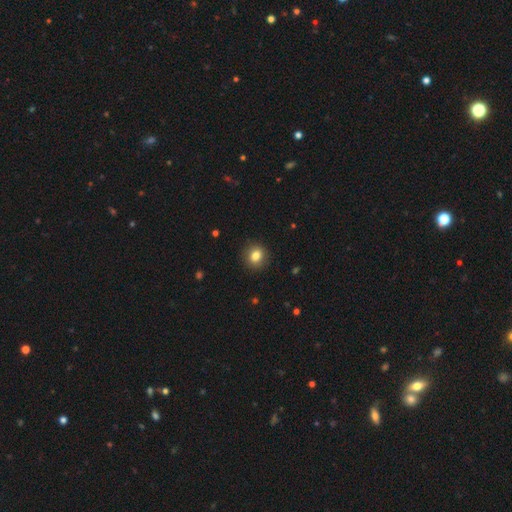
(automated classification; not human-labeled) smooth-or-featured: smooth: 83% | star or artifact: 10% | featured or disk: 7%
  how-rounded: round: 81% | in between: 18% | cigar-shaped: 1%
  merging: none: 90% | minor disturbance: 7% | major disturbance: 2% | merger: 1%